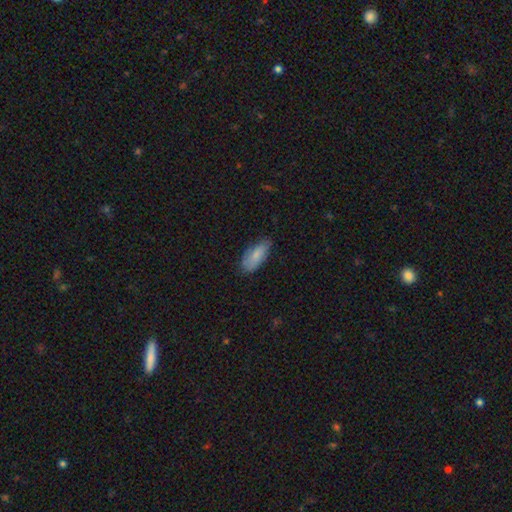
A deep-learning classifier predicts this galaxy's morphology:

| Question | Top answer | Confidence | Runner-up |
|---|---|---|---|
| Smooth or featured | smooth | 77% | featured or disk (16%) |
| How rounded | in between | 87% | cigar-shaped (11%) |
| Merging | none | 69% | minor disturbance (25%) |